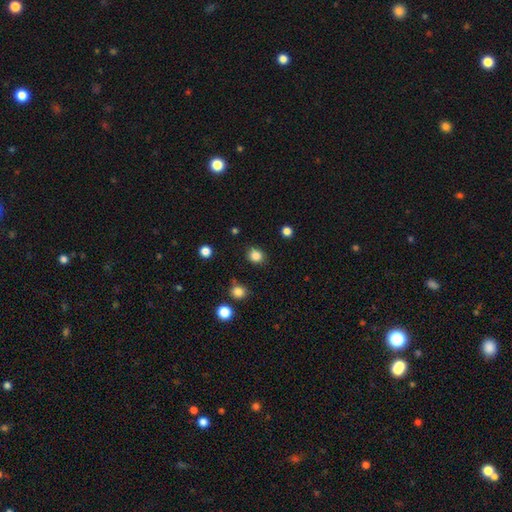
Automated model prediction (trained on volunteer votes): A smooth galaxy with no disk features (84%) that is round (77%). Merging: none (87%).